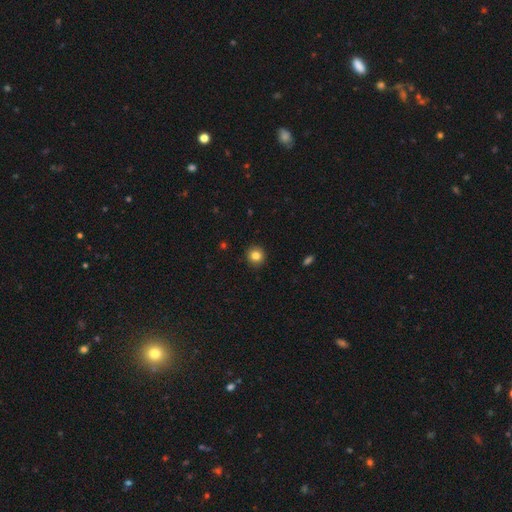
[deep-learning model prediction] smooth-or-featured: smooth: 84% | star or artifact: 11% | featured or disk: 6%
  how-rounded: round: 94% | in between: 5% | cigar-shaped: 1%
  merging: none: 92% | minor disturbance: 5% | major disturbance: 2% | merger: 1%